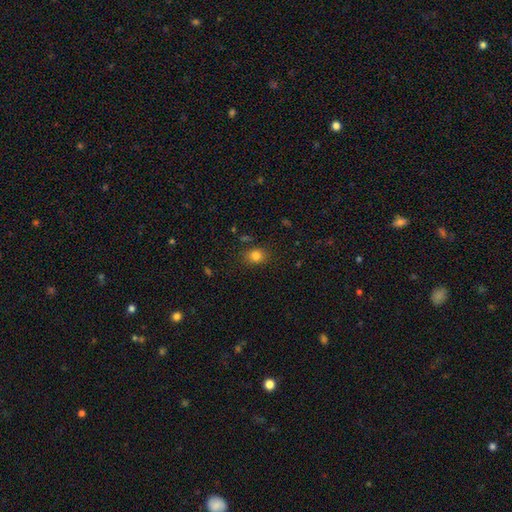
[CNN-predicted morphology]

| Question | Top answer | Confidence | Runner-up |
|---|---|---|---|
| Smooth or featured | smooth | 81% | star or artifact (13%) |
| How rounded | round | 59% | in between (40%) |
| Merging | none | 83% | minor disturbance (12%) |